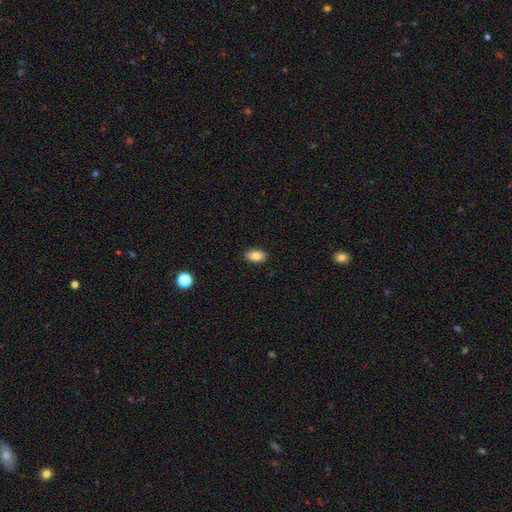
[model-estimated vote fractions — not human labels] Smooth or featured? smooth (83%)
How rounded? in between (89%)
Merging? none (90%)